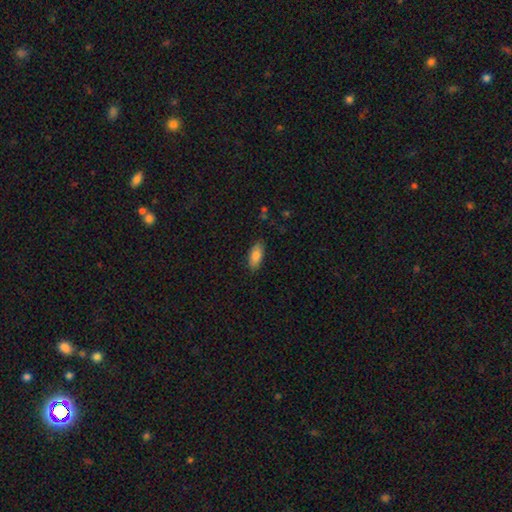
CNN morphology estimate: Smooth or featured? smooth (85%)
How rounded? in between (85%)
Merging? none (86%)